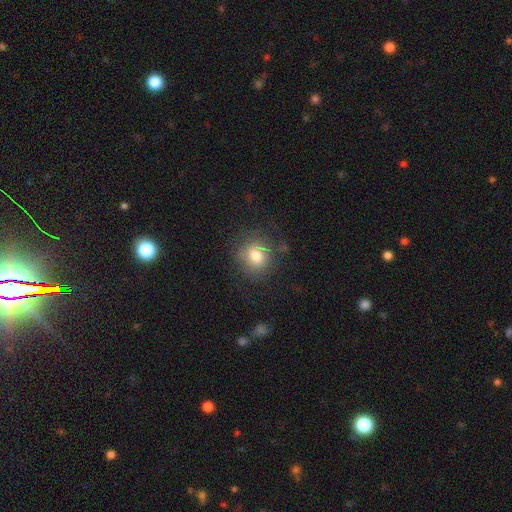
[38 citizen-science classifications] Overall: smooth (89%). How rounded: round (65%; in between 35%). Merging: none (66%).